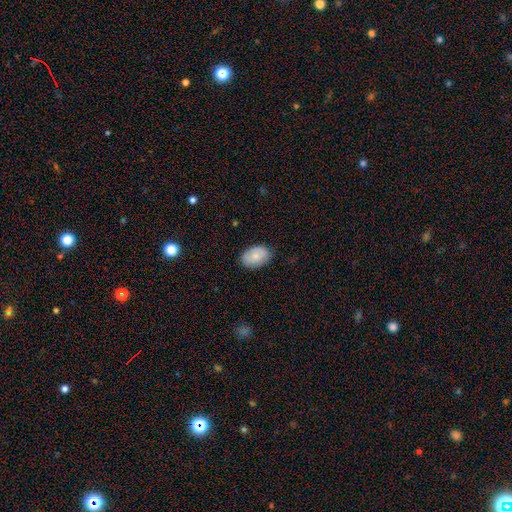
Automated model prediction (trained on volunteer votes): Morphology: type=smooth (77%); roundness=in between (88%); merging=none (82%).